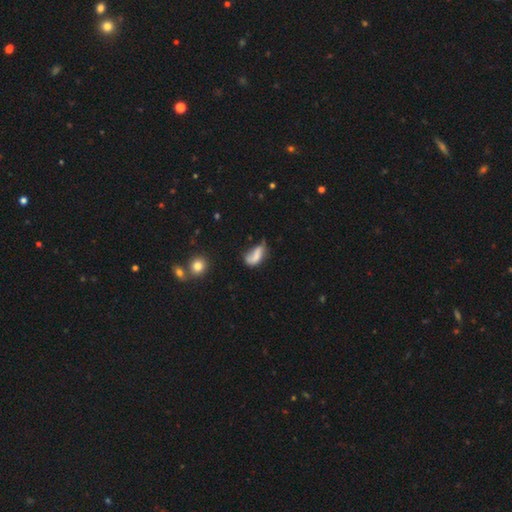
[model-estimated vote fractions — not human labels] Morphology: type=smooth (63%); roundness=in between (82%); merging=minor disturbance (33%).